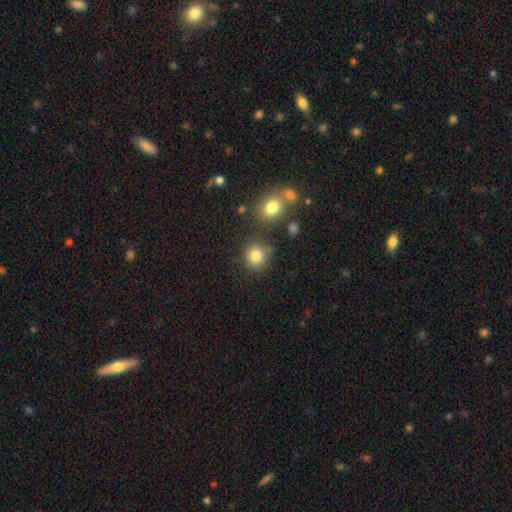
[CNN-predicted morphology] smooth 83%, star or artifact 11%, featured or disk 6%. Down the decision tree: how rounded — round (86%); merging — none (74%).